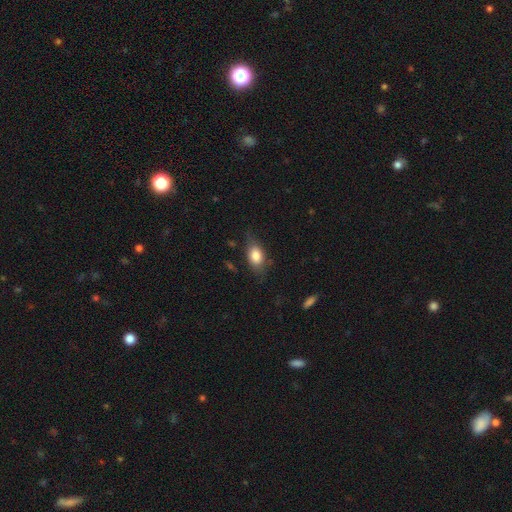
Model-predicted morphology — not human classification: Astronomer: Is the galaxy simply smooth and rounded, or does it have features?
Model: smooth — 78%.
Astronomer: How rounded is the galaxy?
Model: in between — 83%.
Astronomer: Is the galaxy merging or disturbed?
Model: none — 65%.